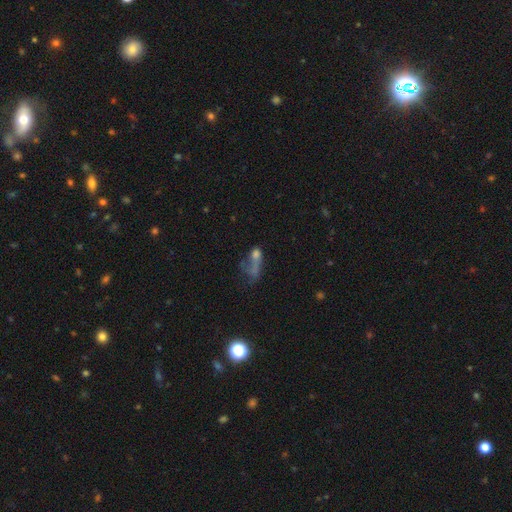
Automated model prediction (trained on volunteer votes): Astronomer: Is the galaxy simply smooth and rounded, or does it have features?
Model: smooth — 45% (runner-up: featured or disk, 32%).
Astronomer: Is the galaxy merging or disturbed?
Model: major disturbance — 43% (runner-up: none, 25%).